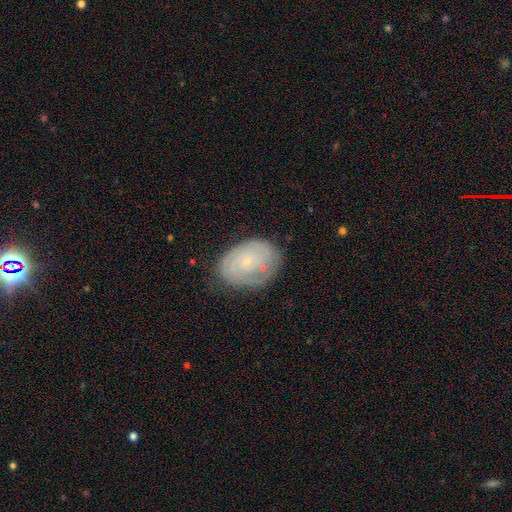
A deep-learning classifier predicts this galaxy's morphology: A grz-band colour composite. It shows a featured or disk galaxy (62%) with no bar (81%), spiral arms (79%) and a small central bulge (83%). Merging: none (69%).